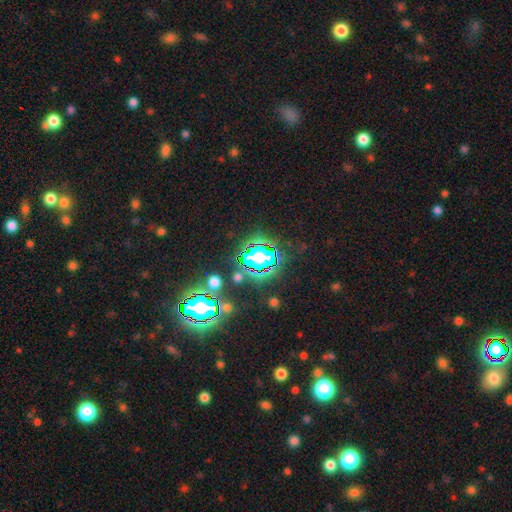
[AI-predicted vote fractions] star or artifact 73%, smooth 17%, featured or disk 9%.